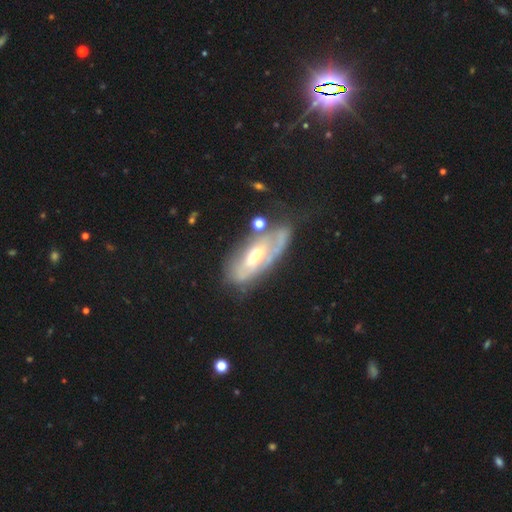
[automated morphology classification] type=featured or disk (73%); edge-on=no (83%); bar=no (51%); spiral arms=yes (61%); bulge=moderate (66%); merging=none (52%).